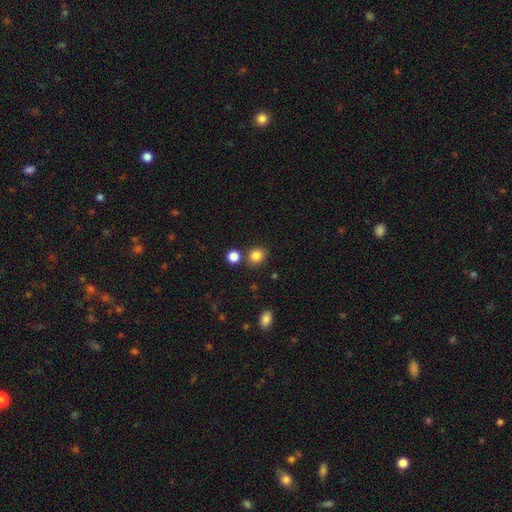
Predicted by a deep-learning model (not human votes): Overall: smooth (84%). How rounded: round (83%). Merging: none (79%).